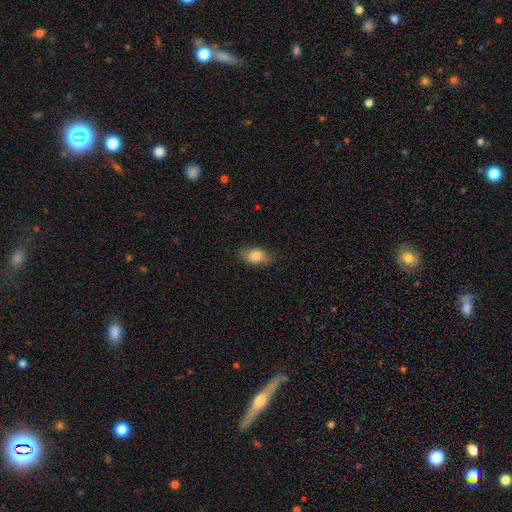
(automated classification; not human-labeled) The model was most divided on "merging": none: 76%, minor disturbance: 19%, major disturbance: 4%, merger: 1%. More confident: how rounded — in between (83%); smooth or featured — smooth (82%).